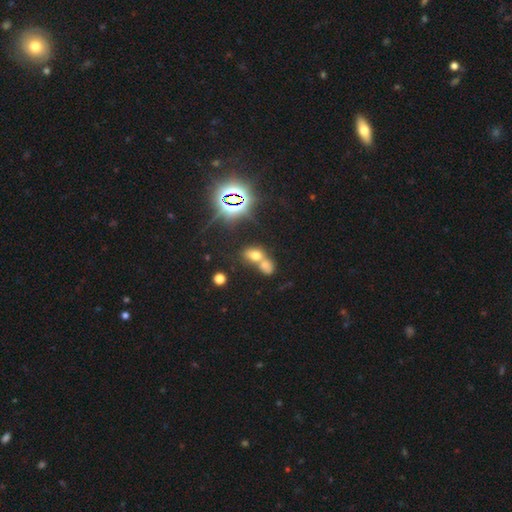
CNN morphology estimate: Overall: smooth (56%; star or artifact 27%). How rounded: in between (66%; round 31%). Merging: merger (69%).